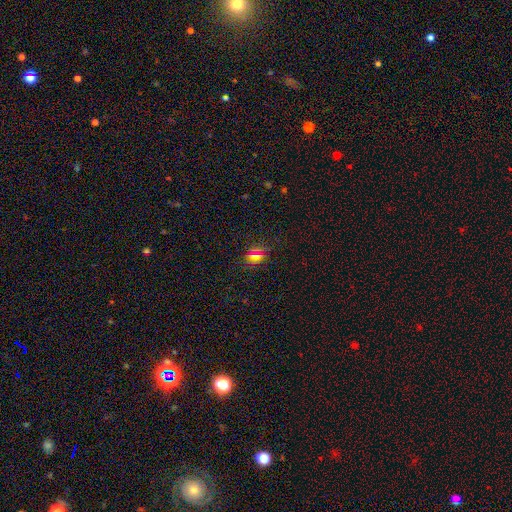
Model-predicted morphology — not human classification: A smooth galaxy with no disk features (44%, tied with star or artifact).

Vote fractions:
- Smooth or featured? smooth: 44% (tied) / star or artifact: 44% (tied) / featured or disk: 12%
- Merging? none: 81% / minor disturbance: 10% / major disturbance: 6% / merger: 2%